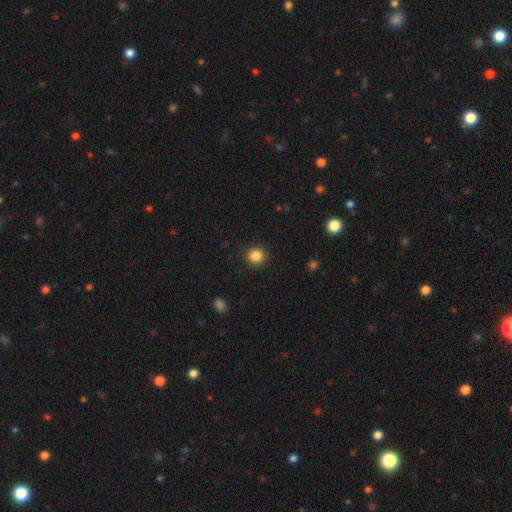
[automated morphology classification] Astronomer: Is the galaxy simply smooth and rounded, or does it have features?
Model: smooth — 86%.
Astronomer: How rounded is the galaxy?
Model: round — 88%.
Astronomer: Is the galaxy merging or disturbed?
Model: none — 91%.